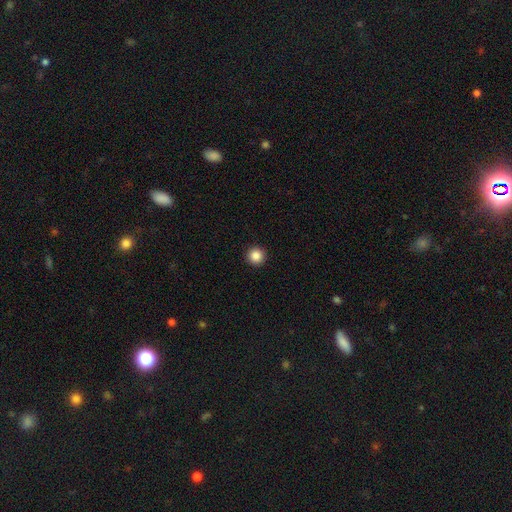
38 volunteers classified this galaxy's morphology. Q: Smooth or featured?
A: smooth (97%); runner-up: star or artifact (3%)
Q: How rounded?
A: round (97%); runner-up: in between (3%)
Q: Merging?
A: none (95%); runner-up: minor disturbance (3%)